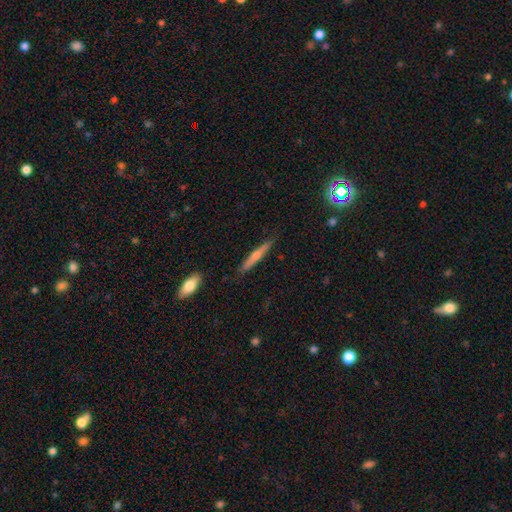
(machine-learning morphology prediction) Q: Smooth or featured?
A: smooth (52%); runner-up: featured or disk (42%)
Q: How rounded?
A: cigar-shaped (93%); runner-up: in between (5%)
Q: Merging?
A: none (85%); runner-up: minor disturbance (11%)